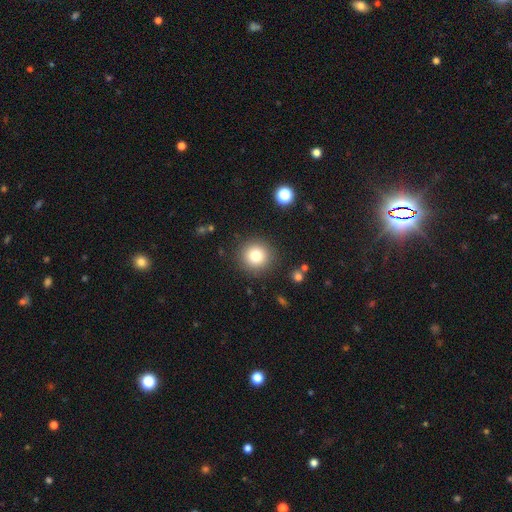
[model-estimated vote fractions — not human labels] Smooth or featured? smooth (79%)
How rounded? round (94%)
Merging? none (89%)